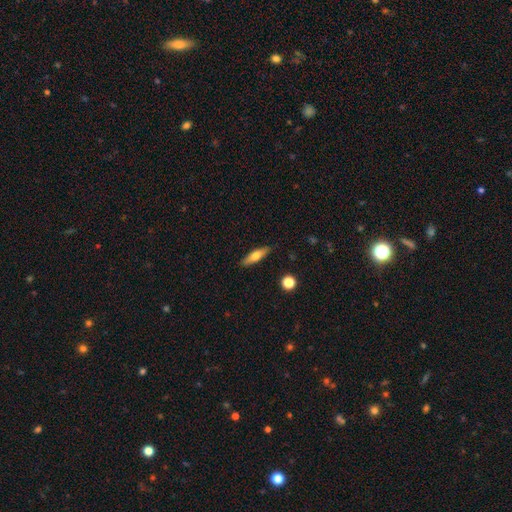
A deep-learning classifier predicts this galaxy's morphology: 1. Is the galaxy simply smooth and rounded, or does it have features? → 64% smooth, 29% featured or disk, 7% star or artifact.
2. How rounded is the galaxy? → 66% cigar-shaped, 32% in between, 2% round.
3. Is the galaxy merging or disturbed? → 87% none, 9% minor disturbance, 2% major disturbance, 2% merger.